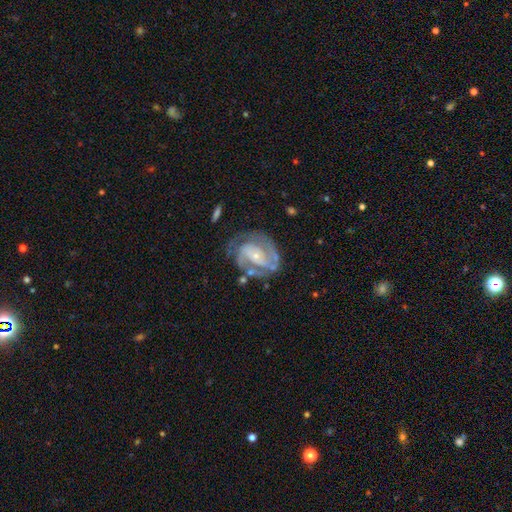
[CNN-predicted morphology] Smooth or featured? Predicted: featured or disk (p=0.86). Edge-on disk? Predicted: no (p=0.97). Bar? Predicted: no (p=0.43). Spiral arms? Predicted: yes (p=0.94). Spiral winding? Predicted: tight (p=0.49). Spiral arm count? Predicted: 2 (p=0.60). Bulge size? Predicted: small (p=0.74). Merging? Predicted: none (p=0.61).